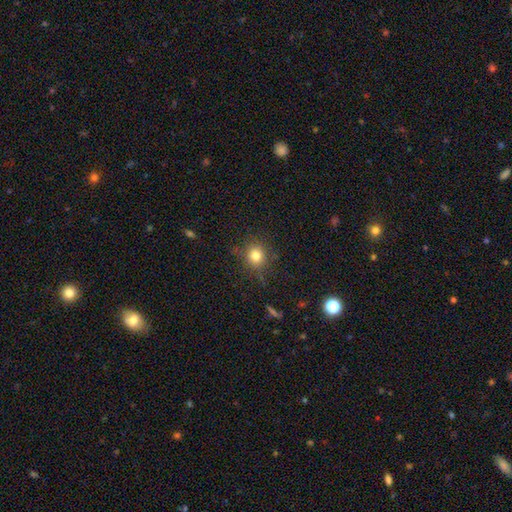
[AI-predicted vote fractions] Q: Smooth or featured?
A: smooth (79%); runner-up: star or artifact (13%)
Q: How rounded?
A: round (86%); runner-up: in between (13%)
Q: Merging?
A: none (83%); runner-up: minor disturbance (11%)